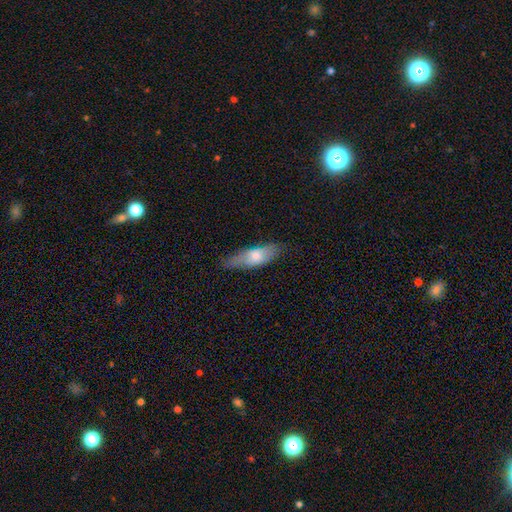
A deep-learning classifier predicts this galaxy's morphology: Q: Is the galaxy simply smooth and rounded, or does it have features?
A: smooth — 67%.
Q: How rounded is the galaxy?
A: in between — 61%.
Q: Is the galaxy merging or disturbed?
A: none — 70%.